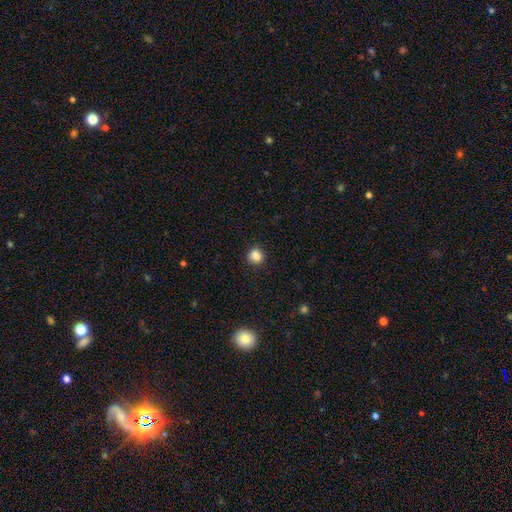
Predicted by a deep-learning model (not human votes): A smooth galaxy with no disk features (85%) that is round (82%). Merging: none (84%).